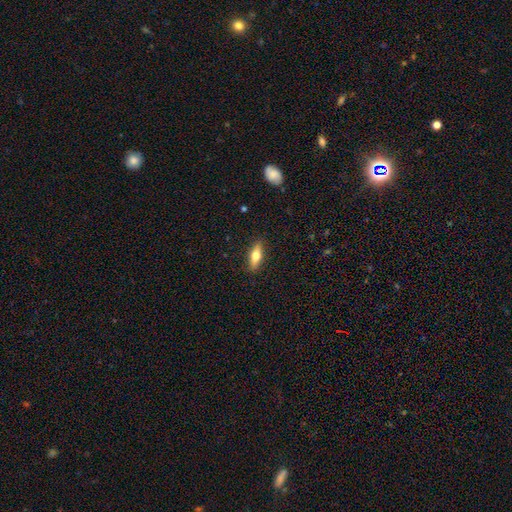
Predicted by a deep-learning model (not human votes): Smooth or featured: smooth — 59% (featured or disk — 34%)
How rounded: in between — 52% (cigar-shaped — 45%)
Merging: none — 89% (minor disturbance — 9%)